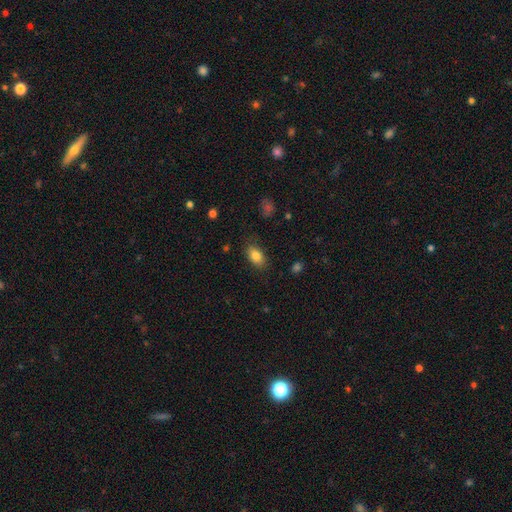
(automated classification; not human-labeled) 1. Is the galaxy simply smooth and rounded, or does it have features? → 82% smooth, 9% featured or disk, 9% star or artifact.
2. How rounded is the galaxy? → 89% in between, 8% round, 3% cigar-shaped.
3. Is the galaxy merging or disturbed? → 82% none, 13% minor disturbance, 3% major disturbance, 1% merger.